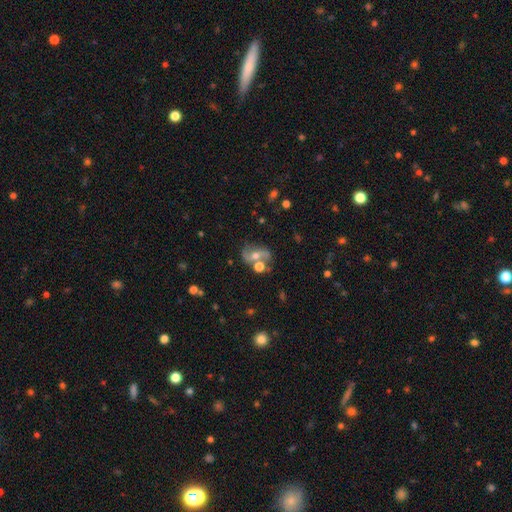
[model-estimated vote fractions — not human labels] The model was most divided on "bar": no: 47%, weak: 35%, strong: 18%. More confident: edge-on disk — no (96%); spiral arm count — 2 (88%); spiral arms — yes (82%); bulge size — moderate (66%); smooth or featured — featured or disk (65%); spiral winding — loose (55%); merging — none (52%).